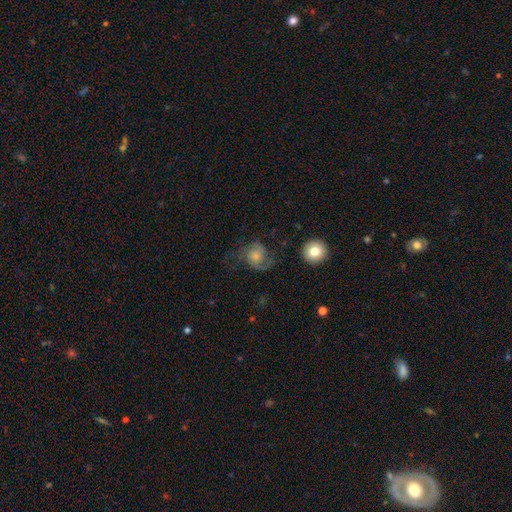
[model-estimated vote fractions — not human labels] smooth-or-featured: featured or disk: 59% | smooth: 33% | star or artifact: 9%
  disk-edge-on: no: 98% | yes: 2%
    bar: no: 76% | weak: 21% | strong: 3%
    has-spiral-arms: yes: 89% | no: 11%
      spiral-winding: medium: 43% | loose: 39% | tight: 17%
      spiral-arm-count: 2: 71% | 1: 15% | can't tell: 8% | 3: 3% | 4: 1% | more than 4: 1%
    bulge-size: small: 42% | moderate: 38% | none: 9% | large: 8% | dominant: 3%
  merging: none: 46% | major disturbance: 30% | minor disturbance: 21% | merger: 3%